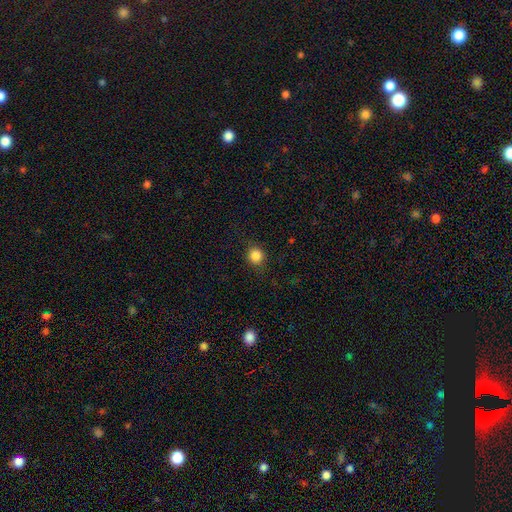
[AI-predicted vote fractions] smooth_or_featured: smooth (p=0.85) [alt: star or artifact p=0.11]
how_rounded: round (p=0.87) [alt: in between p=0.12]
merging: none (p=0.85) [alt: minor disturbance p=0.11]